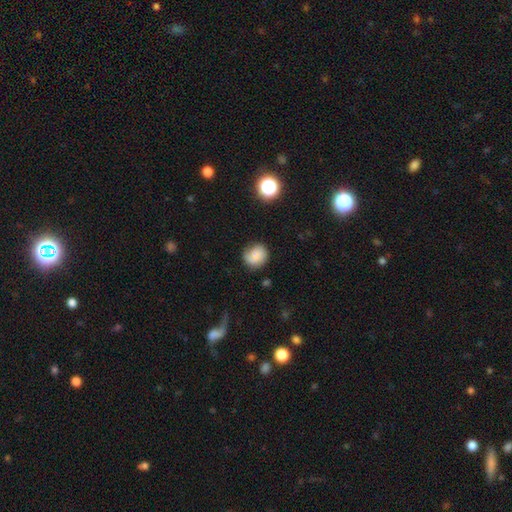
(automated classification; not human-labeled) Smooth or featured?
  - smooth: 73% *
  - featured or disk: 16%
  - star or artifact: 10%
How rounded?
  - round: 79% *
  - in between: 20%
  - cigar-shaped: 1%
Merging?
  - none: 71% *
  - minor disturbance: 21%
  - major disturbance: 6%
  - merger: 2%